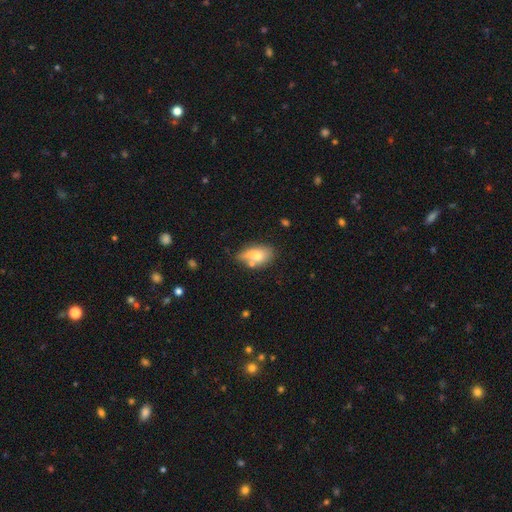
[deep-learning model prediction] Q: Smooth or featured?
A: smooth (67%); runner-up: featured or disk (24%)
Q: How rounded?
A: in between (83%); runner-up: round (9%)
Q: Merging?
A: none (43%); runner-up: merger (26%)